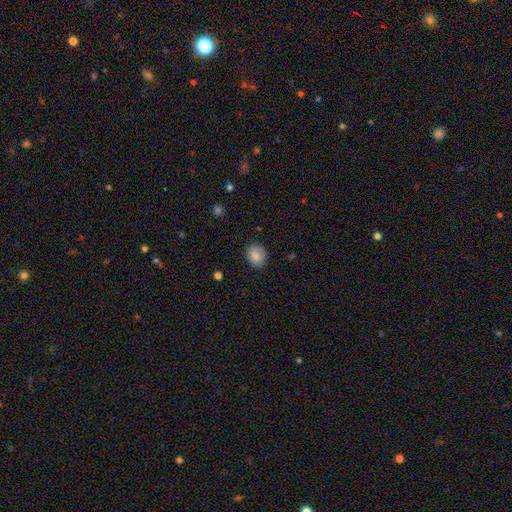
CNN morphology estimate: This is clearly a smooth galaxy (85%). How rounded: possibly round (60%). Merging: clearly none (83%).